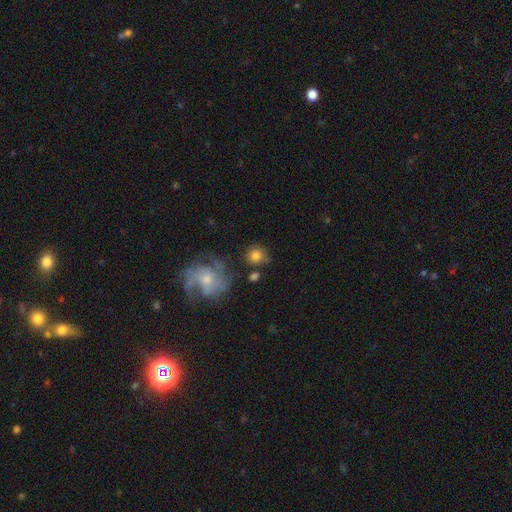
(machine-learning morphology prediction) Smooth or featured? Predicted: smooth (p=0.76). How rounded? Predicted: round (p=0.87). Merging? Predicted: none (p=0.70).